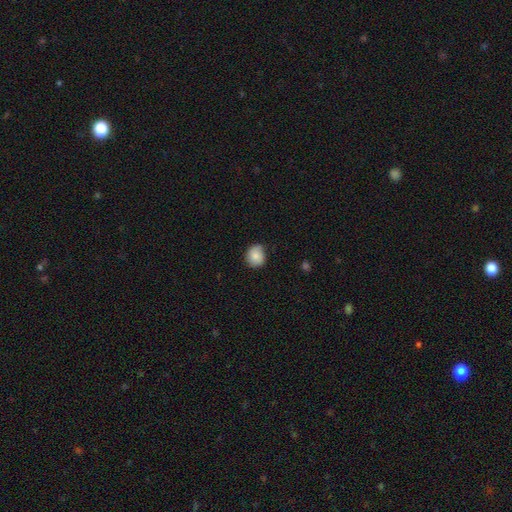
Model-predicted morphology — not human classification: Q: Smooth or featured?
A: smooth (83%); runner-up: featured or disk (9%)
Q: How rounded?
A: round (75%); runner-up: in between (24%)
Q: Merging?
A: none (70%); runner-up: minor disturbance (25%)